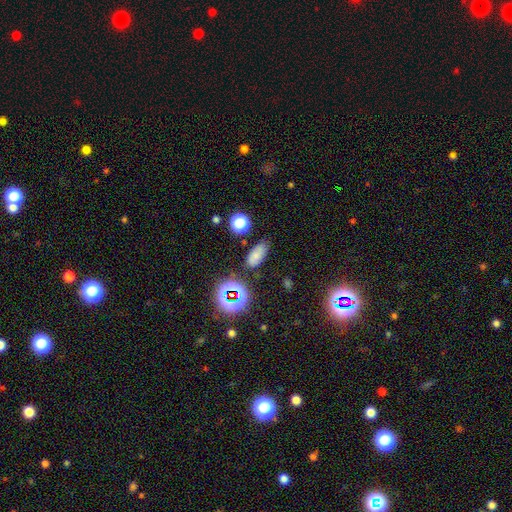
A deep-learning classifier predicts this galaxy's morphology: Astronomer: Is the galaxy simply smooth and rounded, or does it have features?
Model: smooth — 64%.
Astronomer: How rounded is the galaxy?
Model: in between — 86%.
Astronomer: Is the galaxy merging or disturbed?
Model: none — 74%.